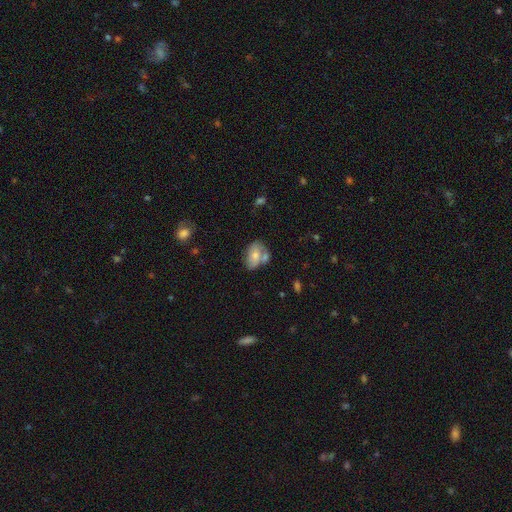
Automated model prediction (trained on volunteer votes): Morphology: type=smooth (66%); roundness=in between (82%); merging=none (39%).